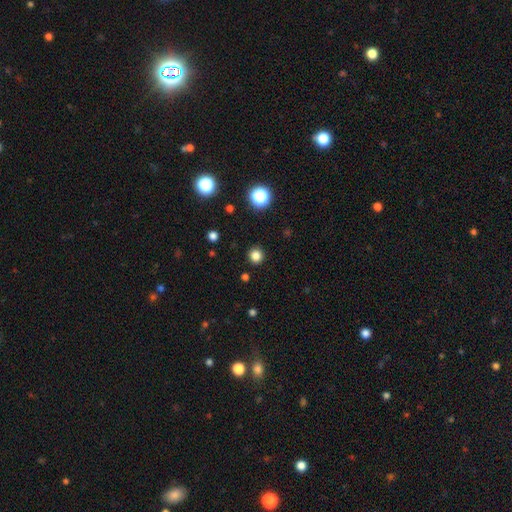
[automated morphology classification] smooth_or_featured: smooth (p=0.82) [alt: star or artifact p=0.14]
how_rounded: round (p=0.92) [alt: in between p=0.07]
merging: none (p=0.92) [alt: minor disturbance p=0.05]